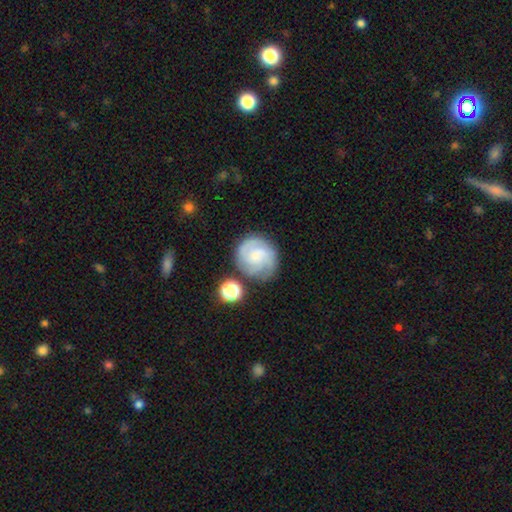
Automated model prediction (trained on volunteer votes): The model was most divided on "spiral arm count": 3: 34%, 2: 28%, can't tell: 22%, 4: 7%, 1: 5%, more than 4: 4%. More confident: edge-on disk — no (98%); spiral arms — yes (94%); merging — none (70%); smooth or featured — featured or disk (70%); bar — no (61%); bulge size — small (58%); spiral winding — tight (52%).